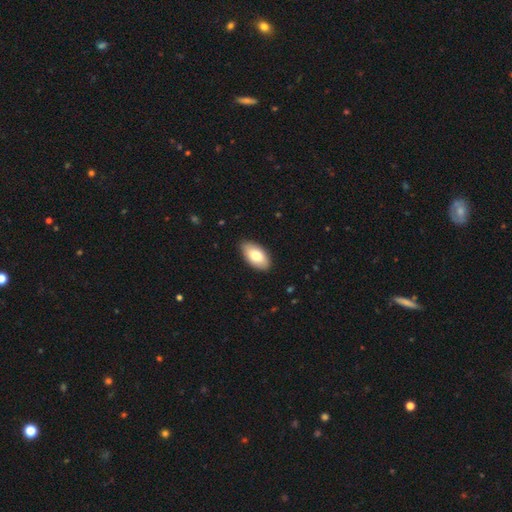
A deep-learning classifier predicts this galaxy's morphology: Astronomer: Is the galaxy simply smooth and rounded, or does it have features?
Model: smooth — 78%.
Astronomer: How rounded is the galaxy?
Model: in between — 95%.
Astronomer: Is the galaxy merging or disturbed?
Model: none — 86%.